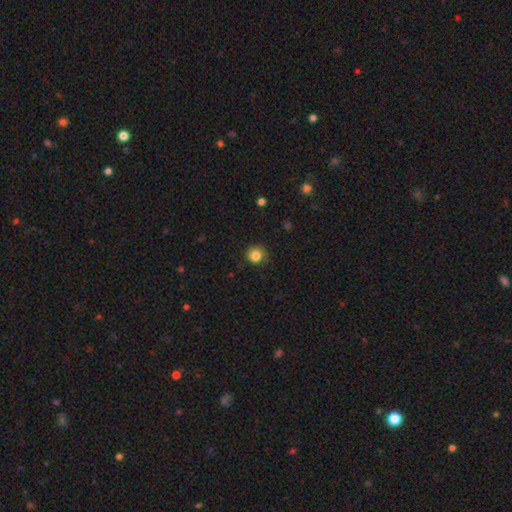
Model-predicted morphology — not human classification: A smooth galaxy with no disk features (84%) that is round (89%).

Vote fractions:
- Smooth or featured? smooth: 84% / star or artifact: 11% / featured or disk: 5%
- How rounded? round: 89% / in between: 10% / cigar-shaped: 1%
- Merging? none: 78% / minor disturbance: 17% / major disturbance: 4% / merger: 1%